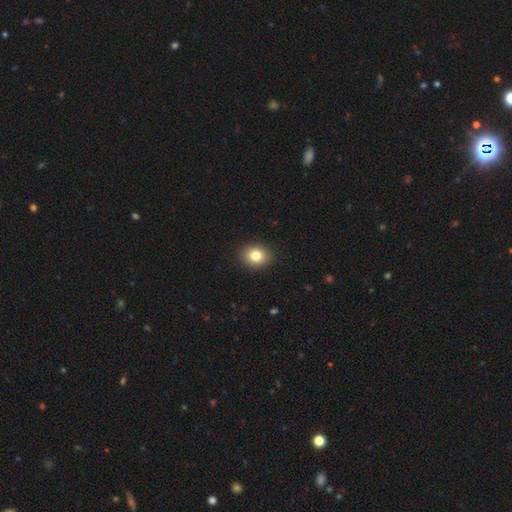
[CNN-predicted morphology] type=smooth (81%); roundness=round (60%); merging=none (91%).